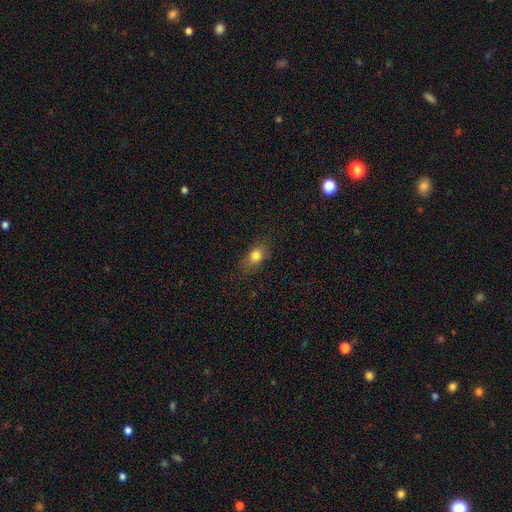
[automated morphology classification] Q: Smooth or featured?
A: smooth (78%); runner-up: featured or disk (11%)
Q: How rounded?
A: in between (69%); runner-up: round (24%)
Q: Merging?
A: none (79%); runner-up: minor disturbance (15%)